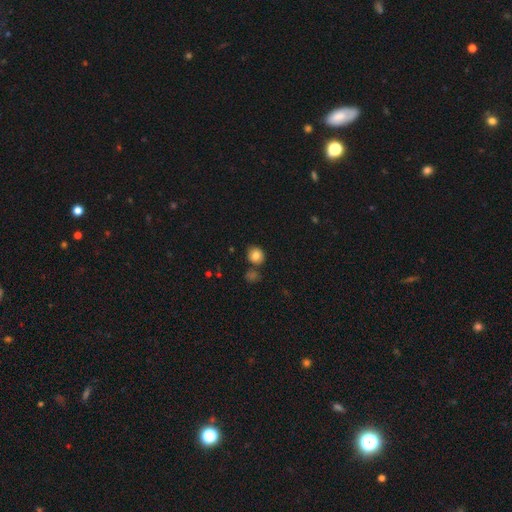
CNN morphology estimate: Smooth or featured: smooth — 82% (star or artifact — 10%)
How rounded: round — 76% (in between — 23%)
Merging: none — 77% (minor disturbance — 11%)